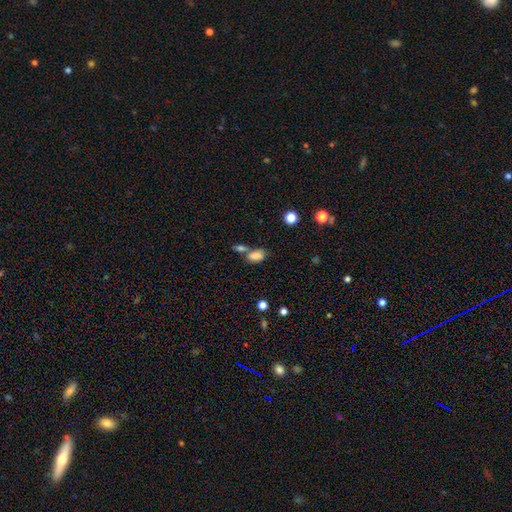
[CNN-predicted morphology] Smooth or featured: smooth — 80% (star or artifact — 10%)
How rounded: in between — 88% (round — 8%)
Merging: none — 43% (merger — 39%)